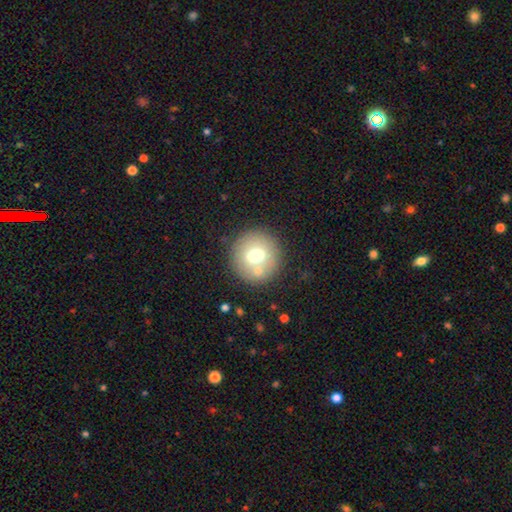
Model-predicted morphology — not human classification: Smooth or featured? smooth (66%)
How rounded? round (91%)
Merging? none (78%)